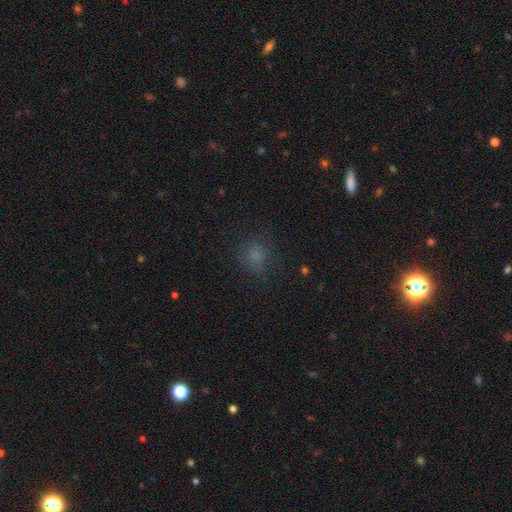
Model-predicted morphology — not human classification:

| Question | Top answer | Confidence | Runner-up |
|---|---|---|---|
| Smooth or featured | smooth | 71% | star or artifact (21%) |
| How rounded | round | 74% | in between (25%) |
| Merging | none | 77% | minor disturbance (14%) |